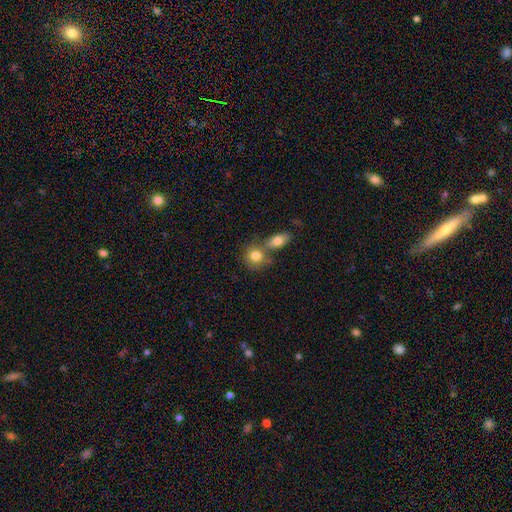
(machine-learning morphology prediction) Smooth or featured: smooth — 81% (featured or disk — 11%)
How rounded: round — 67% (in between — 31%)
Merging: merger — 43% (tied with none — 43%)